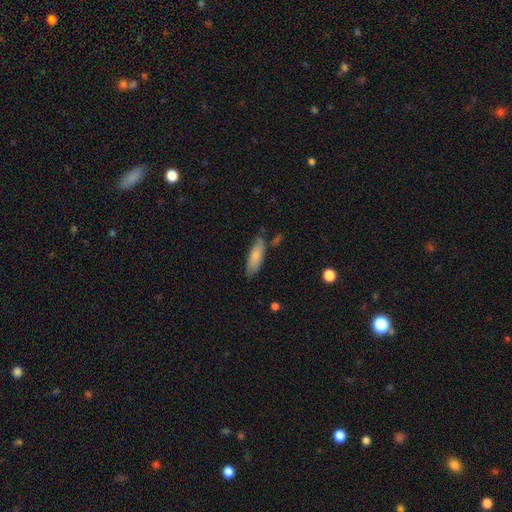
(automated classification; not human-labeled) Smooth or featured? smooth (79%)
How rounded? in between (55%)
Merging? none (68%)